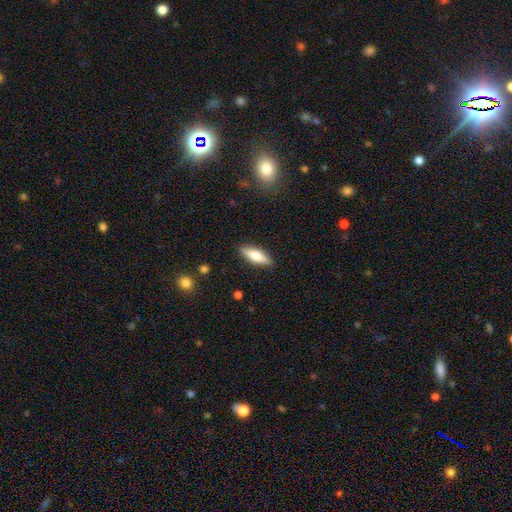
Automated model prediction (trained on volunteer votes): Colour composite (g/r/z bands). It shows a smooth galaxy with no disk features (62%) that is in between round and cigar-shaped (50%). Merging: none (87%).